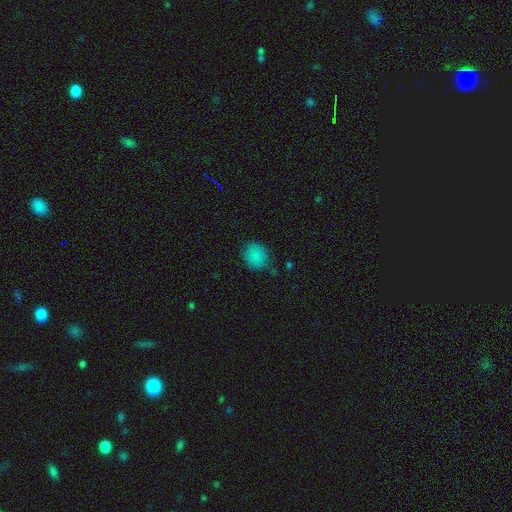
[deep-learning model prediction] This appears to be a smooth galaxy with no disk features (84%) that is round (69%). Merging: none (81%).